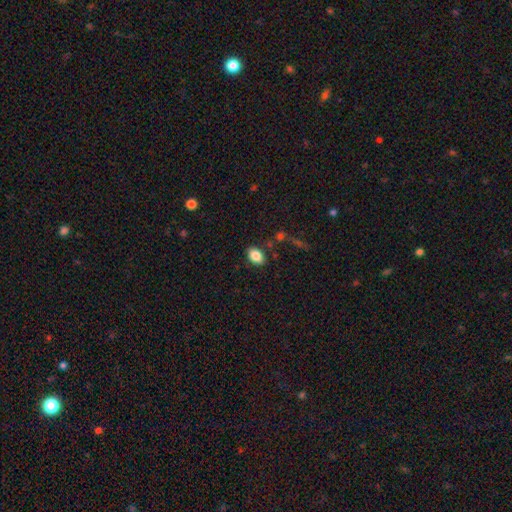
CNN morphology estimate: Smooth or featured? Predicted: smooth (p=0.85). How rounded? Predicted: in between (p=0.82). Merging? Predicted: none (p=0.82).